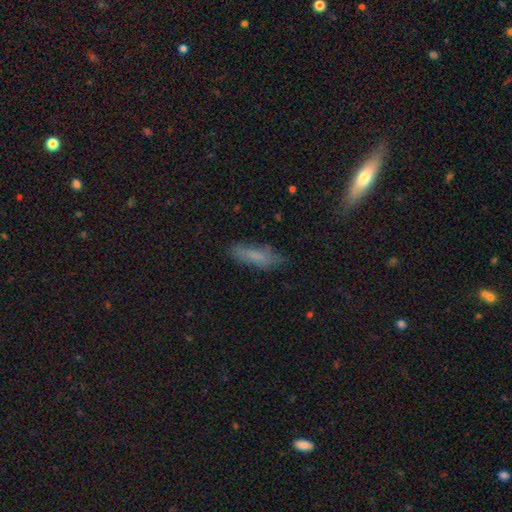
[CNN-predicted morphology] smooth-or-featured: smooth: 69% | featured or disk: 21% | star or artifact: 10%
  how-rounded: cigar-shaped: 64% | in between: 34% | round: 2%
  merging: none: 69% | minor disturbance: 22% | major disturbance: 7% | merger: 2%